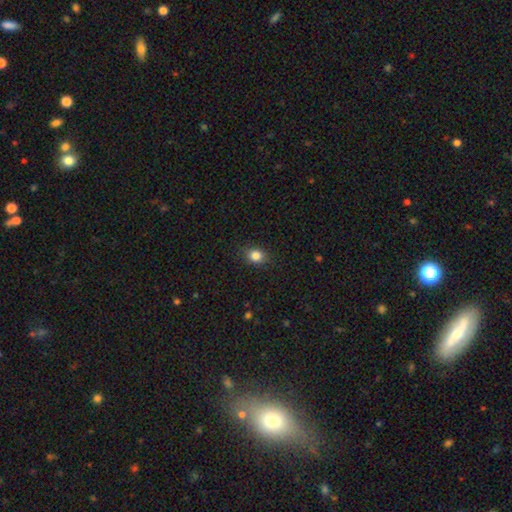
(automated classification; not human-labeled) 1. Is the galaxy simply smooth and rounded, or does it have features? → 84% smooth, 11% star or artifact, 5% featured or disk.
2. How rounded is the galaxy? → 59% round, 40% in between, 1% cigar-shaped.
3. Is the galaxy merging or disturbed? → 87% none, 9% minor disturbance, 2% major disturbance, 1% merger.